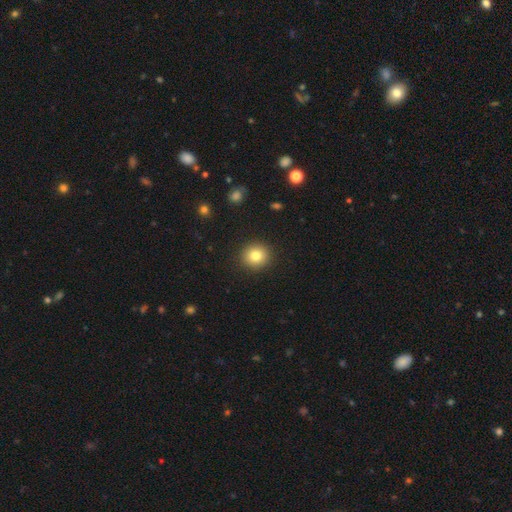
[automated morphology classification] Overall: smooth (81%). How rounded: round (89%). Merging: none (91%).